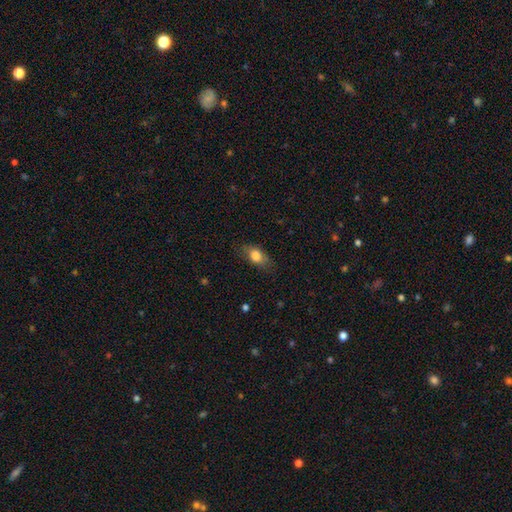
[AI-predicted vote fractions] A smooth galaxy with no disk features (79%) that is in between round and cigar-shaped (80%).

Vote fractions:
- Smooth or featured? smooth: 79% / featured or disk: 13% / star or artifact: 8%
- How rounded? in between: 80% / round: 12% / cigar-shaped: 8%
- Merging? none: 75% / minor disturbance: 19% / major disturbance: 5% / merger: 1%